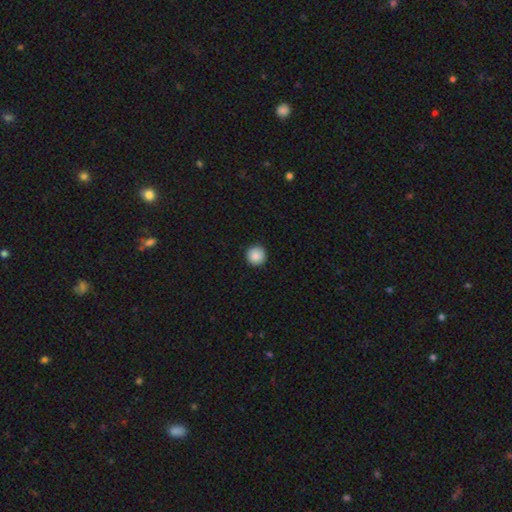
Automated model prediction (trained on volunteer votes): This appears to be a smooth galaxy with no disk features (87%) that is round (96%). Merging: none (91%).